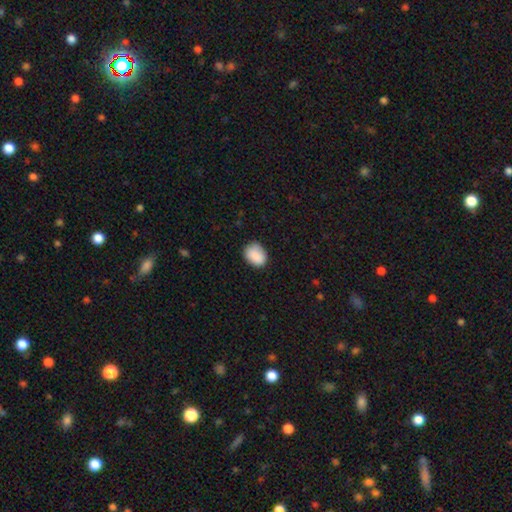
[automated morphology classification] A smooth galaxy with no disk features (88%) that is in between round and cigar-shaped (58%). Merging: none (75%).